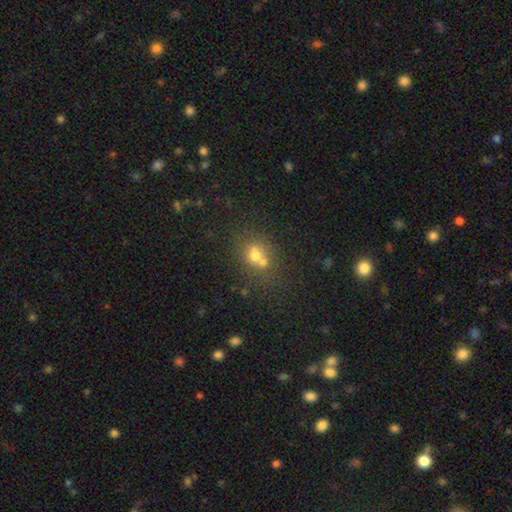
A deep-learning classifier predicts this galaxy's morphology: smooth-or-featured: smooth: 61% | featured or disk: 21% | star or artifact: 19%
  how-rounded: round: 64% | in between: 35% | cigar-shaped: 1%
  merging: merger: 50% | none: 36% | minor disturbance: 9% | major disturbance: 5%